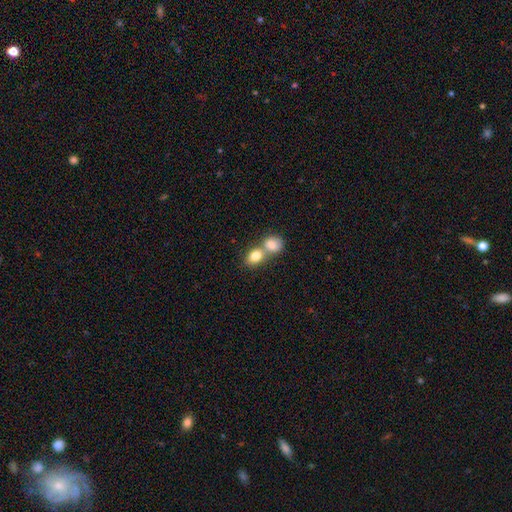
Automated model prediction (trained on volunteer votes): Smooth or featured? smooth (81%)
How rounded? in between (61%)
Merging? merger (64%)